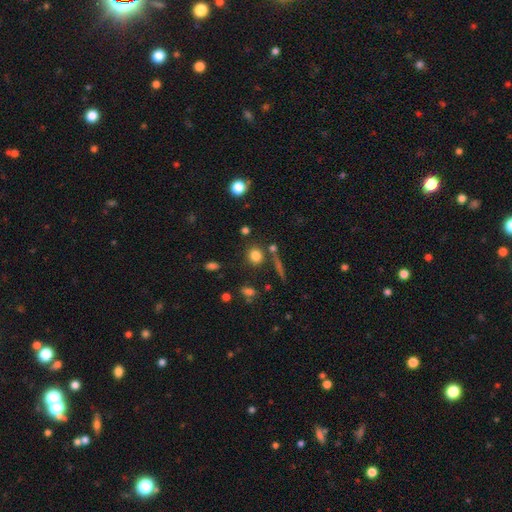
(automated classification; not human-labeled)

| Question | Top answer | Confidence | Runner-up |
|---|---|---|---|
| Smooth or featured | smooth | 79% | star or artifact (13%) |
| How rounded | round | 81% | in between (17%) |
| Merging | none | 75% | merger (11%) |